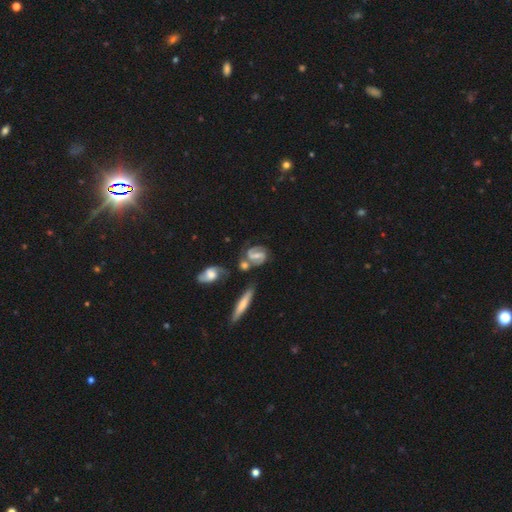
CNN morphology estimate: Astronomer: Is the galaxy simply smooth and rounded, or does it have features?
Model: featured or disk — 81%.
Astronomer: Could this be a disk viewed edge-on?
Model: no — 95%.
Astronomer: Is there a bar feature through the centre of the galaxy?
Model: weak — 46% (runner-up: strong, 28%).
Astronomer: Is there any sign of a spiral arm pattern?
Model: yes — 95%.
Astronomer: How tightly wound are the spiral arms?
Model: medium — 52%.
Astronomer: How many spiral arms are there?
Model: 2 — 90%.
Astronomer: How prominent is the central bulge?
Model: small — 42% (runner-up: moderate, 34%).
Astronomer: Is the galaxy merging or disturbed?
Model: none — 62%.